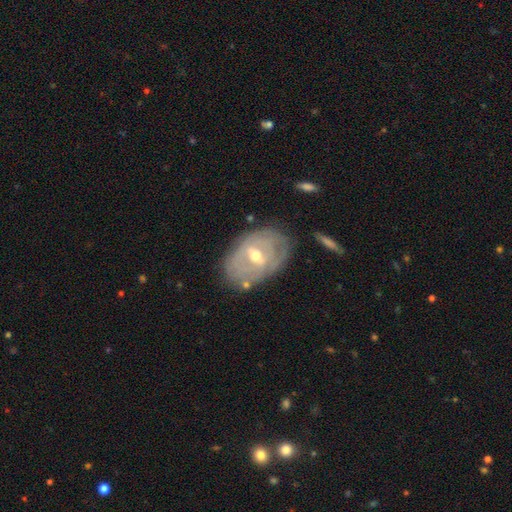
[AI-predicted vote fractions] smooth_or_featured: featured or disk (p=0.75) [alt: smooth p=0.19]
disk_edge_on: no (p=0.94) [alt: yes p=0.06]
bar: weak (p=0.54) [alt: strong p=0.29]
has_spiral_arms: yes (p=0.65) [alt: no p=0.35]
bulge_size: moderate (p=0.61) [alt: small p=0.35]
merging: none (p=0.71) [alt: minor disturbance p=0.19]